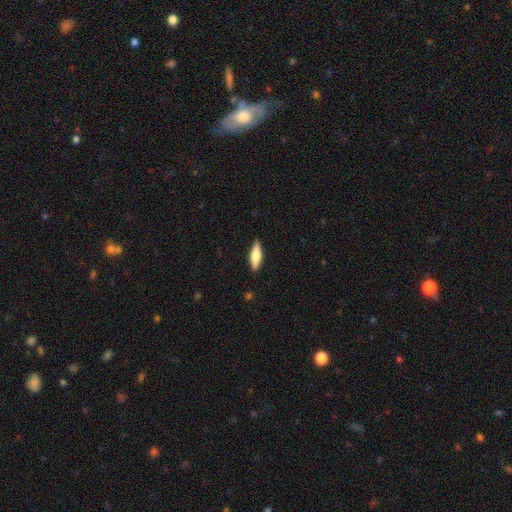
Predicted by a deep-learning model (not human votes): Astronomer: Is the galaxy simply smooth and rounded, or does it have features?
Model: smooth — 61%.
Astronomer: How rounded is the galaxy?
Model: cigar-shaped — 56% (runner-up: in between, 42%).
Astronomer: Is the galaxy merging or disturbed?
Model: none — 89%.